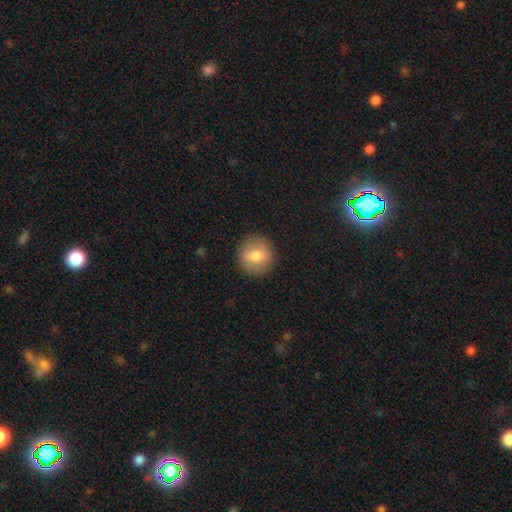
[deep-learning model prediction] The model was most divided on "smooth or featured": smooth: 67%, featured or disk: 25%, star or artifact: 8%. More confident: merging — none (88%); how rounded — round (86%).